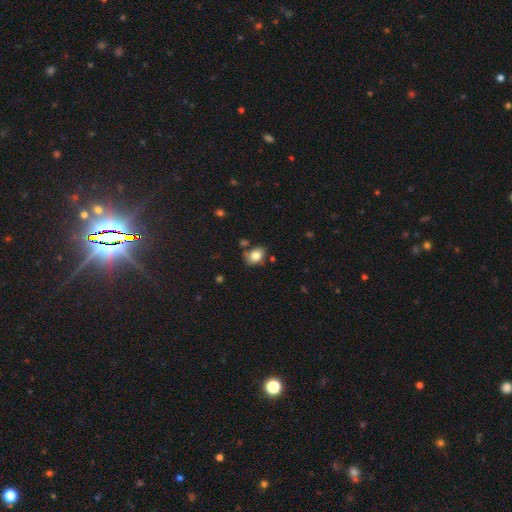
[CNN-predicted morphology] Smooth or featured: smooth — 80% (featured or disk — 11%)
How rounded: in between — 73% (round — 26%)
Merging: none — 69% (minor disturbance — 18%)